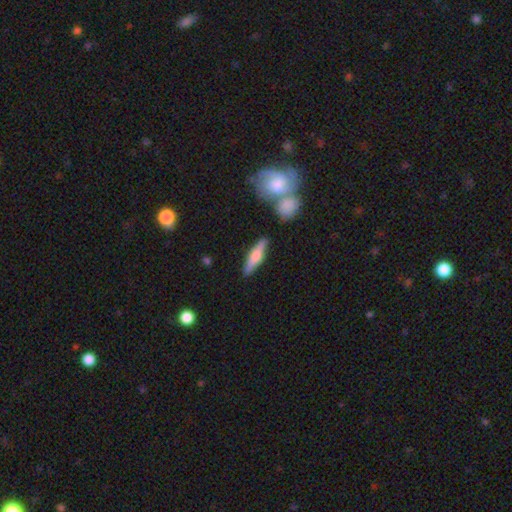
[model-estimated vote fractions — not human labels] featured or disk 47% (tied), smooth 47% (tied), star or artifact 6%. Down the decision tree: merging — none (83%).